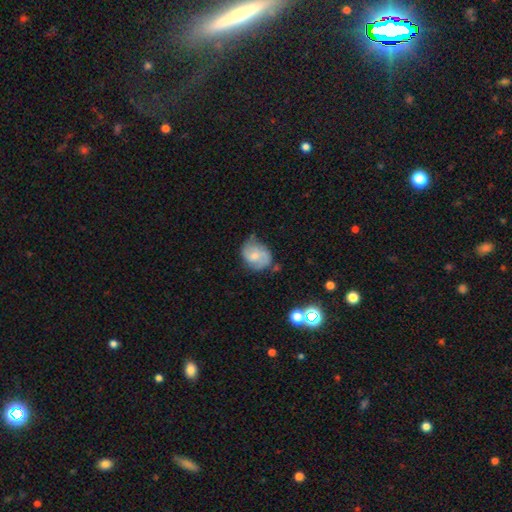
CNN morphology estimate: This appears to be a featured or disk galaxy (46%, tied with smooth). Merging: none (51%).